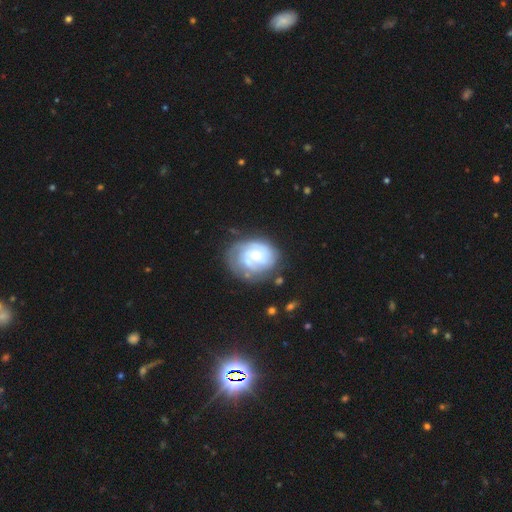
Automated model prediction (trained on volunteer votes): Q: Smooth or featured?
A: featured or disk (71%); runner-up: smooth (23%)
Q: Edge-on disk?
A: no (98%); runner-up: yes (2%)
Q: Bar?
A: no (73%); runner-up: weak (23%)
Q: Spiral arms?
A: yes (85%); runner-up: no (15%)
Q: Spiral winding?
A: tight (61%); runner-up: medium (29%)
Q: Spiral arm count?
A: can't tell (40%); runner-up: 2 (25%)
Q: Bulge size?
A: small (53%); runner-up: moderate (38%)
Q: Merging?
A: none (58%); runner-up: minor disturbance (23%)